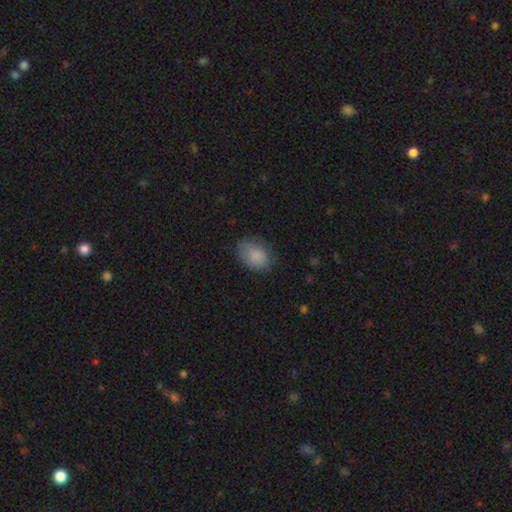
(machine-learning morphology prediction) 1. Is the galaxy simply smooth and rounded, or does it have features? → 84% smooth, 9% featured or disk, 7% star or artifact.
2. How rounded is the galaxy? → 79% in between, 19% round, 1% cigar-shaped.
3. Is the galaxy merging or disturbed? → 69% none, 23% minor disturbance, 7% major disturbance, 1% merger.